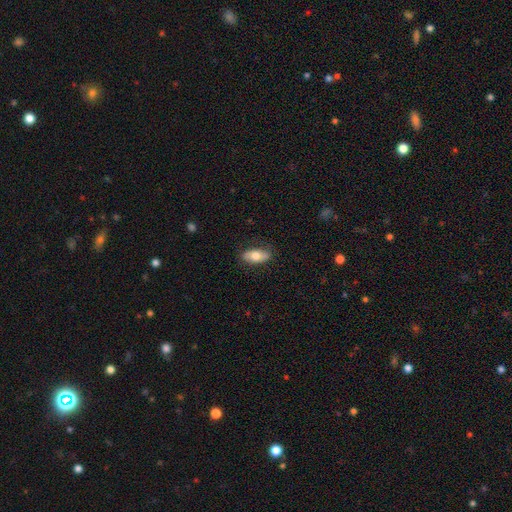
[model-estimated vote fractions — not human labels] This appears to be a smooth galaxy with no disk features (72%) that is in between round and cigar-shaped (88%). Merging: none (83%).